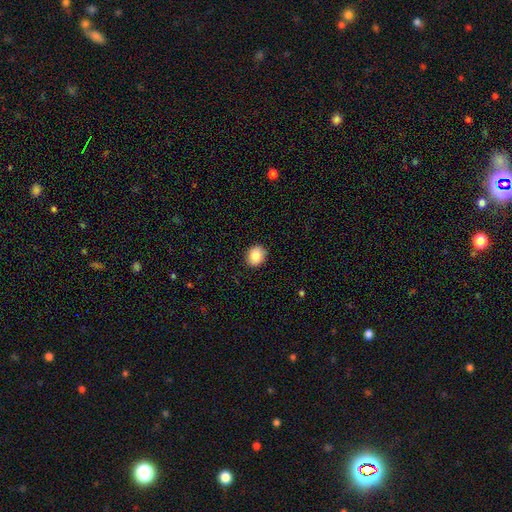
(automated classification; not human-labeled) Overall: smooth (85%). How rounded: round (66%; in between 33%). Merging: none (88%).